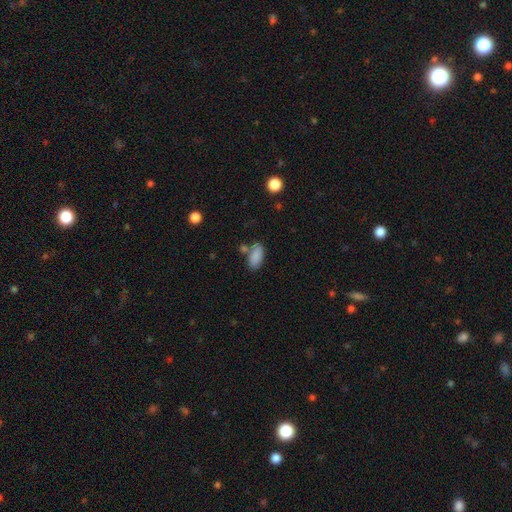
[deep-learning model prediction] Smooth or featured? smooth (87%)
How rounded? in between (87%)
Merging? none (69%)